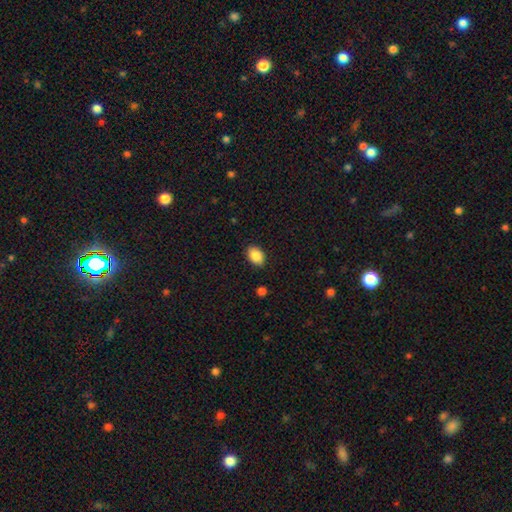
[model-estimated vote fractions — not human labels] Overall: smooth (88%). How rounded: in between (81%). Merging: none (86%).